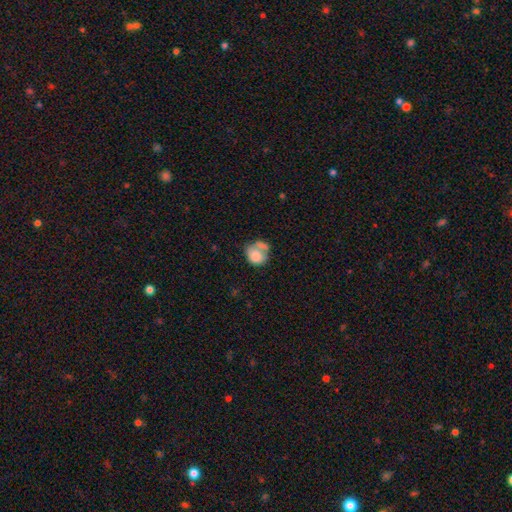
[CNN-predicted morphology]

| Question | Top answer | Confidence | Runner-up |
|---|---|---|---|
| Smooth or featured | smooth | 75% | featured or disk (17%) |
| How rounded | round | 55% | in between (43%) |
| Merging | merger | 43% | none (30%) |